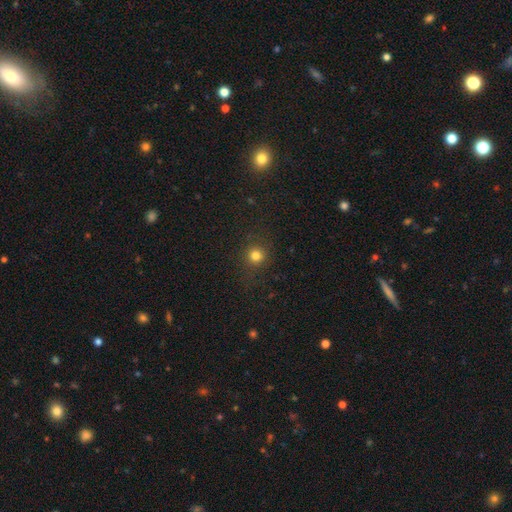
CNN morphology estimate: Overall: smooth (78%). How rounded: round (91%). Merging: none (86%).